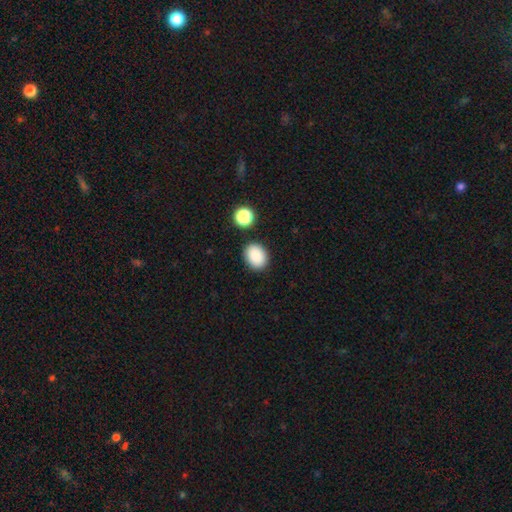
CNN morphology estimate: A smooth galaxy with no disk features (88%) that is in between round and cigar-shaped (63%). Merging: none (85%).